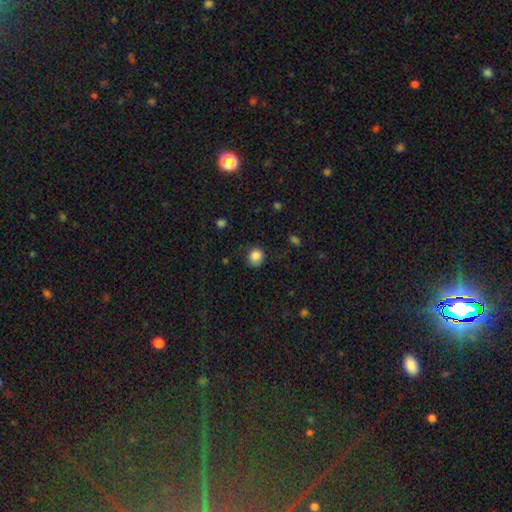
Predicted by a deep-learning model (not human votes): A smooth galaxy with no disk features (84%) that is round (78%).

Vote fractions:
- Smooth or featured? smooth: 84% / star or artifact: 11% / featured or disk: 5%
- How rounded? round: 78% / in between: 21% / cigar-shaped: 1%
- Merging? none: 72% / minor disturbance: 21% / major disturbance: 5% / merger: 1%